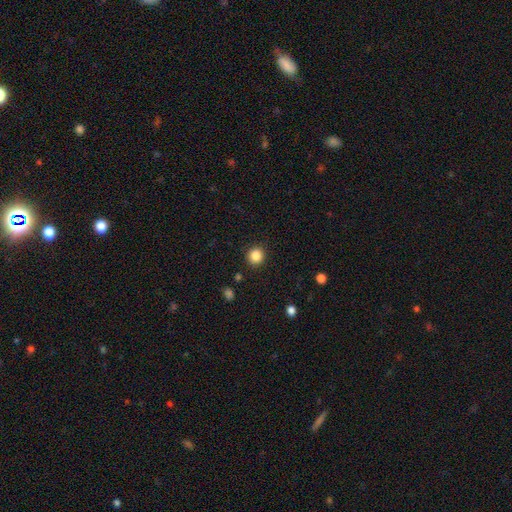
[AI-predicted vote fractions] Overall: smooth (85%). How rounded: round (93%). Merging: none (91%).